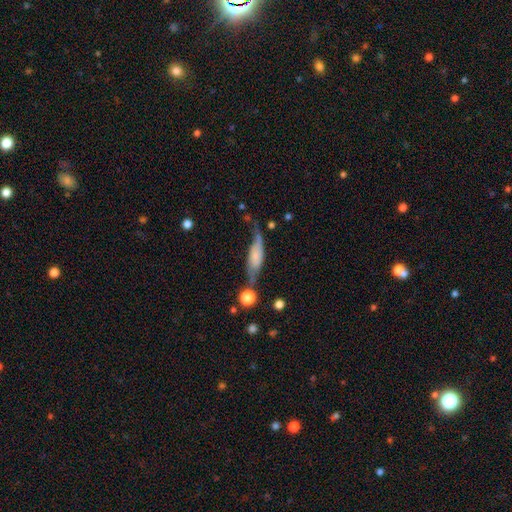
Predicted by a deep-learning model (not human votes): Smooth or featured?
  - featured or disk: 52% *
  - smooth: 40%
  - star or artifact: 8%
Edge-on disk?
  - no: 54% *
  - yes: 46%
Merging?
  - none: 40% *
  - minor disturbance: 30%
  - major disturbance: 20%
  - merger: 10%